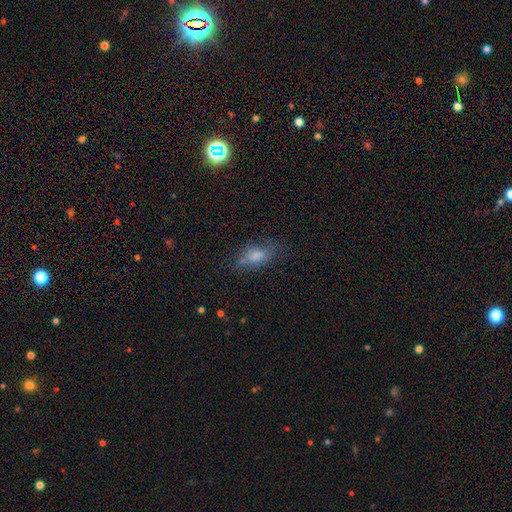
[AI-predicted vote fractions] Overall: smooth (62%; featured or disk 22%). How rounded: in between (77%). Merging: none (65%).